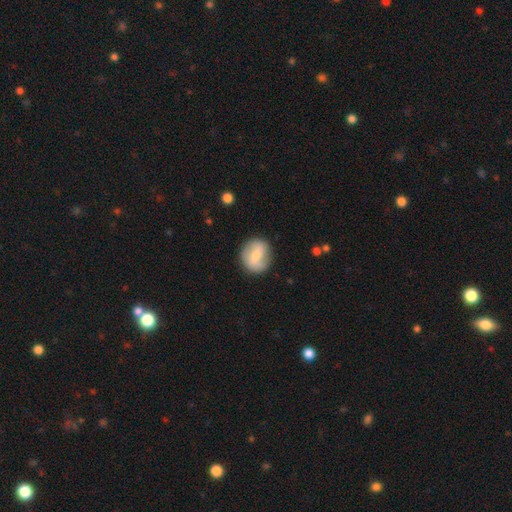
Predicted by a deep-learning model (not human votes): smooth 51%, featured or disk 43%, star or artifact 7%. Down the decision tree: how rounded — round (80%); merging — none (82%).